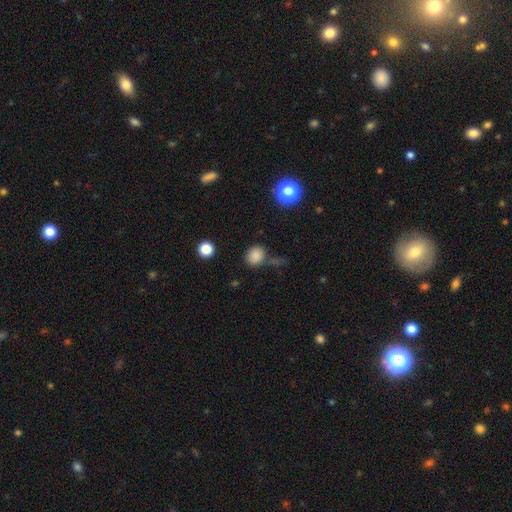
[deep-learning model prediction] A smooth galaxy with no disk features (82%) that is round (69%). Merging: none (70%).